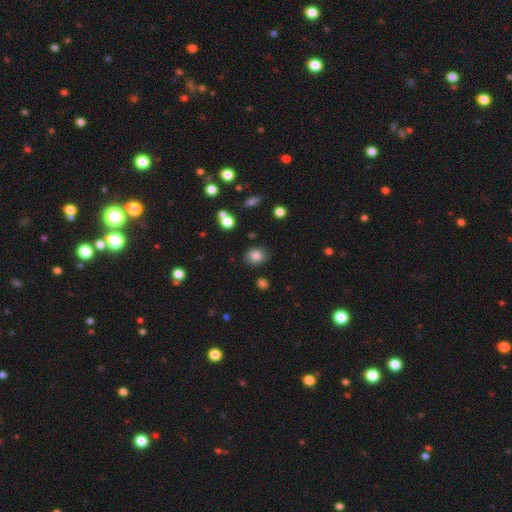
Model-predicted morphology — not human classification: Smooth or featured: smooth — 83% (star or artifact — 10%)
How rounded: round — 61% (in between — 38%)
Merging: none — 84% (minor disturbance — 10%)